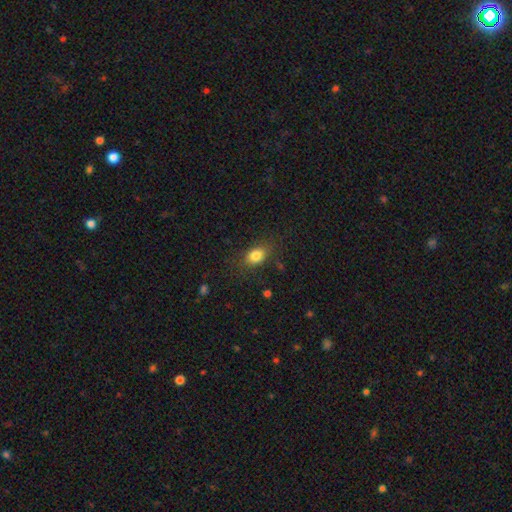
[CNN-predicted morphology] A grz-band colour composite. It shows a smooth galaxy with no disk features (82%) that is in between round and cigar-shaped (75%). Merging: none (78%).